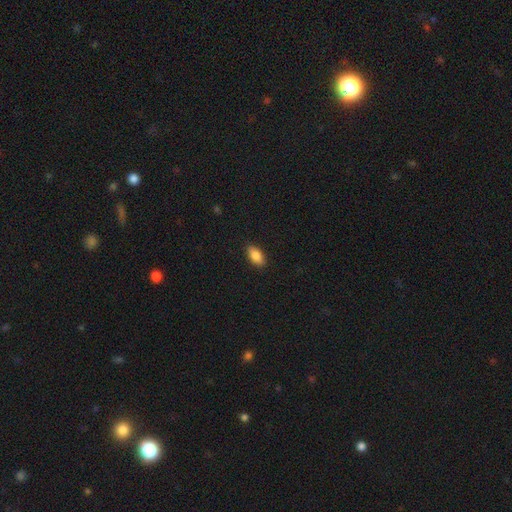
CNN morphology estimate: smooth-or-featured: smooth: 87% | star or artifact: 7% | featured or disk: 7%
  how-rounded: in between: 90% | cigar-shaped: 7% | round: 3%
  merging: none: 89% | minor disturbance: 8% | major disturbance: 2% | merger: 1%